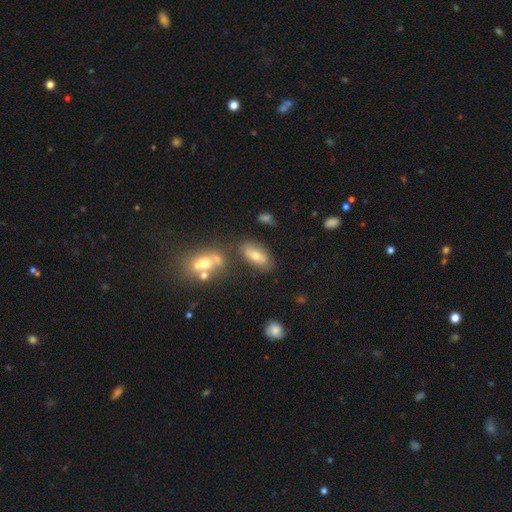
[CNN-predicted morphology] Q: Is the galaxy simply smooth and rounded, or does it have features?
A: smooth — 58%.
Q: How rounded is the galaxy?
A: in between — 85%.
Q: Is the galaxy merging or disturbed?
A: none — 70%.